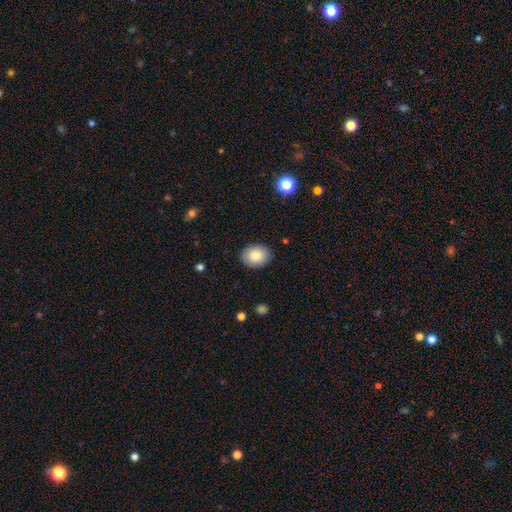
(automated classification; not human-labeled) Q: Smooth or featured?
A: smooth (84%); runner-up: featured or disk (8%)
Q: How rounded?
A: in between (64%); runner-up: round (35%)
Q: Merging?
A: none (88%); runner-up: minor disturbance (9%)